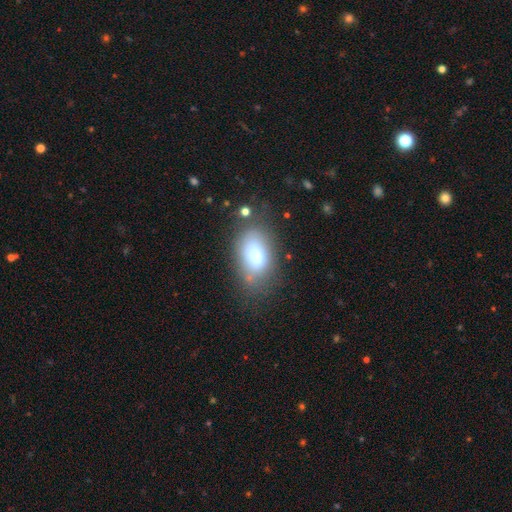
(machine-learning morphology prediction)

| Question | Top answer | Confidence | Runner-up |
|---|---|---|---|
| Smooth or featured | smooth | 76% | featured or disk (15%) |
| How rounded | in between | 89% | round (9%) |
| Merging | none | 60% | minor disturbance (22%) |